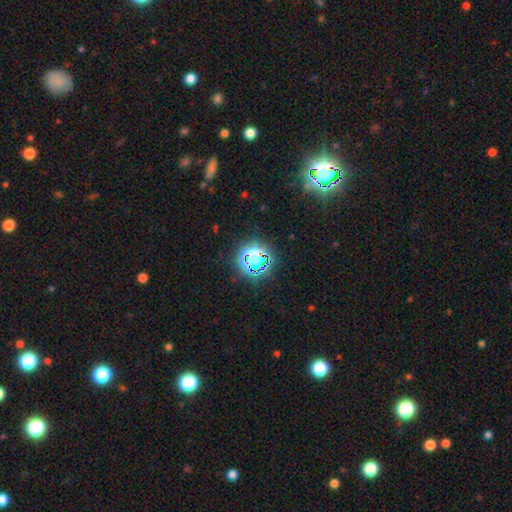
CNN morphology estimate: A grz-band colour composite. It shows a star or artifact, not a galaxy (67%).